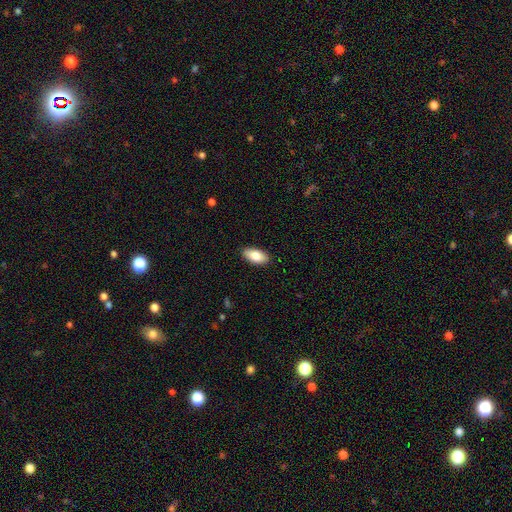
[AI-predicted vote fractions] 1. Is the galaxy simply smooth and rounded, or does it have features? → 83% smooth, 10% featured or disk, 7% star or artifact.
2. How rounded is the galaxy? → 92% in between, 6% cigar-shaped, 3% round.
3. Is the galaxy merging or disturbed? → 89% none, 9% minor disturbance, 2% major disturbance, 1% merger.